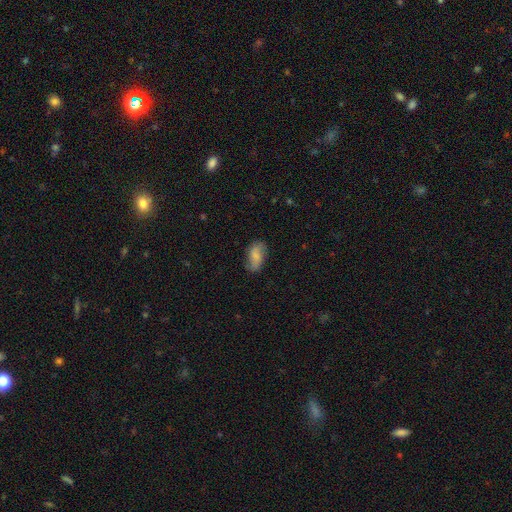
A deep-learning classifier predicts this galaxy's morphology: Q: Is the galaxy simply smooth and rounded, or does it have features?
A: smooth — 67%.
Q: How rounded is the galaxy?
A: in between — 91%.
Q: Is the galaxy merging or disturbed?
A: none — 71%.